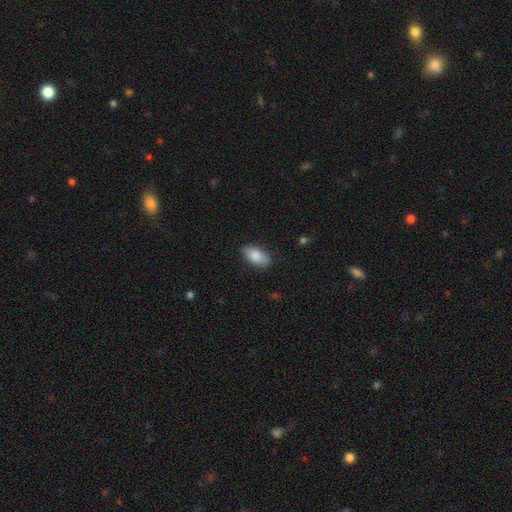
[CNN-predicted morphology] Overall: smooth (85%). How rounded: in between (93%). Merging: none (85%).